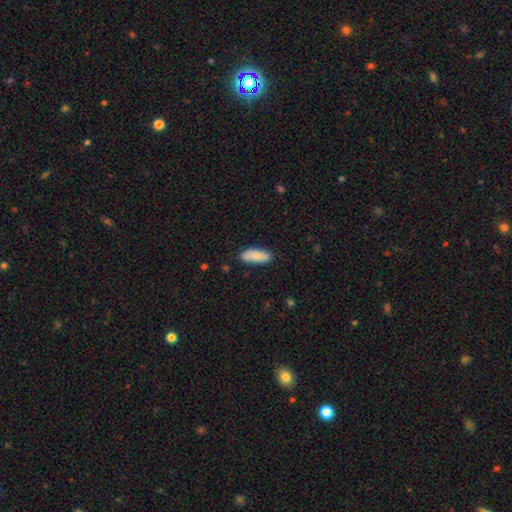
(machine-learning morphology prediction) type=smooth (77%); roundness=in between (76%); merging=none (81%).